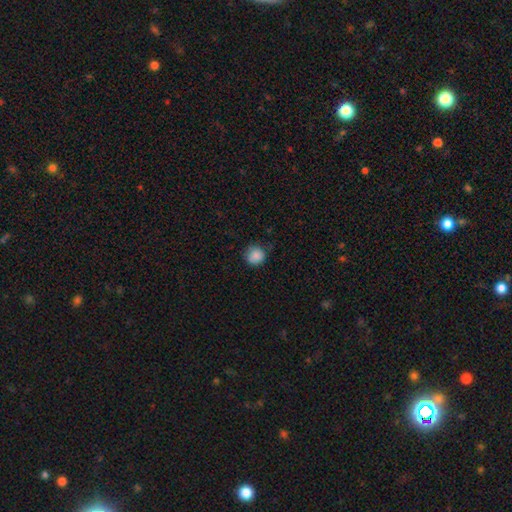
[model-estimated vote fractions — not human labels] Smooth or featured: smooth — 87% (star or artifact — 9%)
How rounded: round — 92% (in between — 7%)
Merging: none — 79% (minor disturbance — 17%)